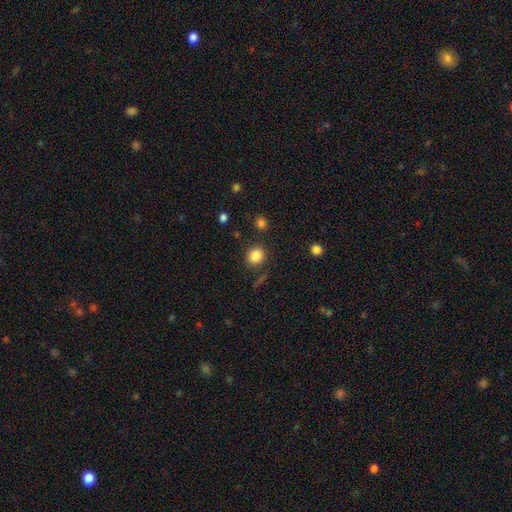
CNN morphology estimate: The model was most divided on "how rounded": round: 80%, in between: 19%, cigar-shaped: 1%. More confident: smooth or featured — smooth (85%); merging — none (84%).